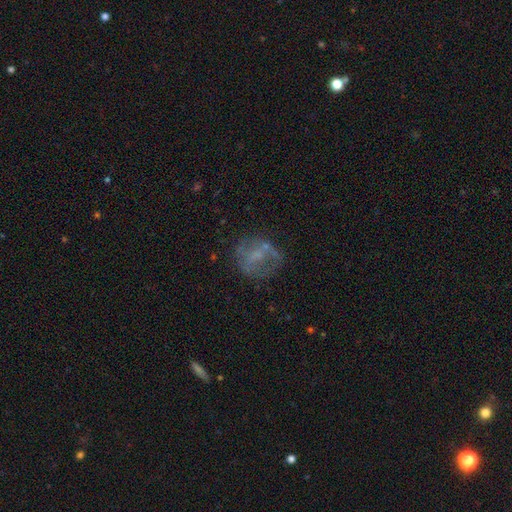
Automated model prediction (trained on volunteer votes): smooth_or_featured: featured or disk (p=0.48) [alt: smooth p=0.38]
merging: none (p=0.53) [alt: major disturbance p=0.22]